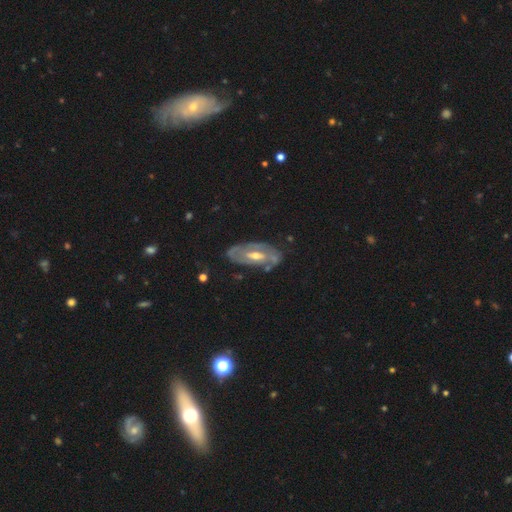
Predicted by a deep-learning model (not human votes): Smooth or featured? featured or disk (81%)
Edge-on disk? no (89%)
Bar? weak (46%)
Spiral arms? yes (78%)
Spiral winding? tight (54%)
Spiral arm count? 2 (50%)
Bulge size? moderate (65%)
Merging? none (72%)